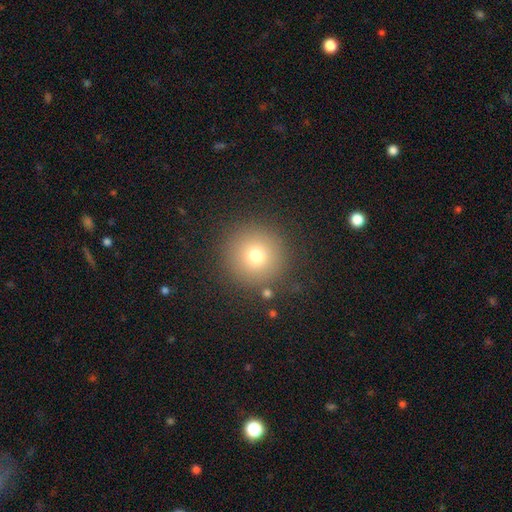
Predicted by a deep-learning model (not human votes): The model was most divided on "smooth or featured": smooth: 73%, star or artifact: 16%, featured or disk: 11%. More confident: how rounded — round (96%); merging — none (87%).